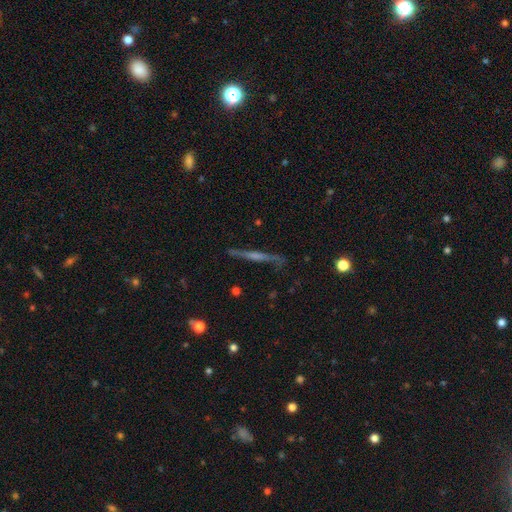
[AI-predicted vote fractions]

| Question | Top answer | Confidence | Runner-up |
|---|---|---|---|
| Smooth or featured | featured or disk | 59% | smooth (22%) |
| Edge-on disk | yes | 87% | no (13%) |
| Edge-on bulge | rounded | 71% | none (19%) |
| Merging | none | 82% | minor disturbance (11%) |